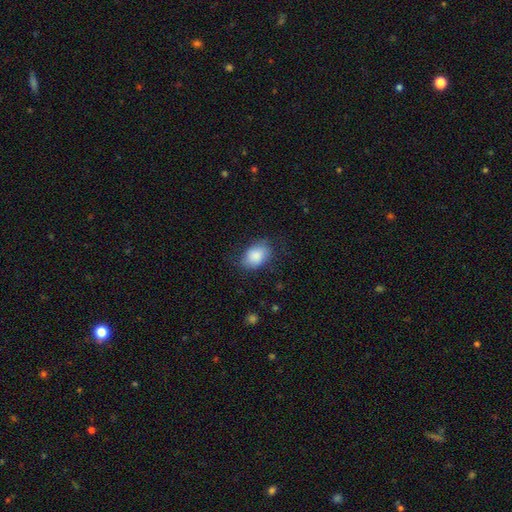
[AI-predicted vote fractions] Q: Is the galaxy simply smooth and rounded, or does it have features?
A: smooth — 85%.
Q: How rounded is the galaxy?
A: in between — 82%.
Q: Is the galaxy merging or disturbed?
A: none — 70%.